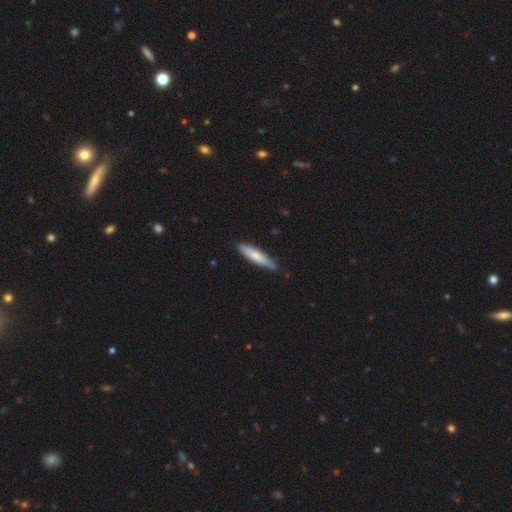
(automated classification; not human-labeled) Overall: smooth (71%). How rounded: cigar-shaped (83%). Merging: none (79%).